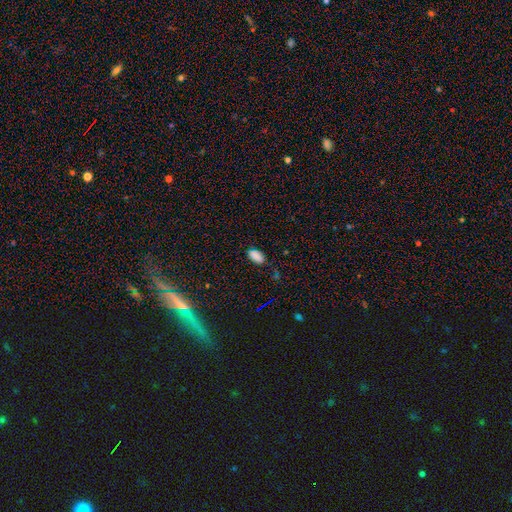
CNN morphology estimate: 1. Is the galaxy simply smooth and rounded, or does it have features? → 84% smooth, 12% star or artifact, 4% featured or disk.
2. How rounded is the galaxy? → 93% in between, 4% round, 3% cigar-shaped.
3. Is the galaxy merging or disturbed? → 81% none, 15% minor disturbance, 3% major disturbance, 2% merger.